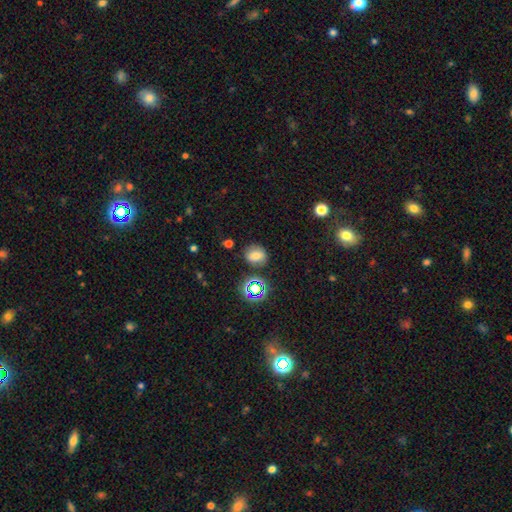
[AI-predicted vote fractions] Smooth or featured? Predicted: smooth (p=0.66). How rounded? Predicted: round (p=0.59). Merging? Predicted: none (p=0.80).